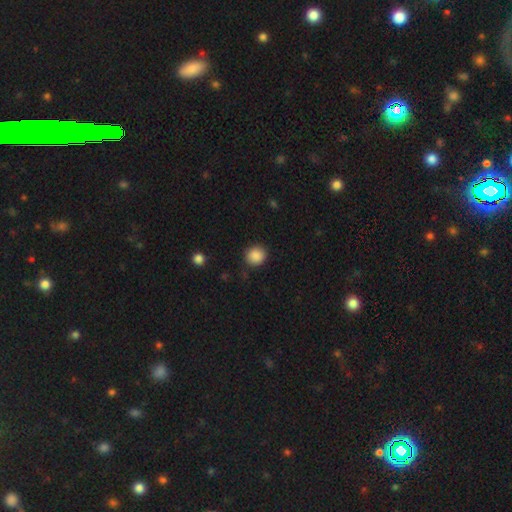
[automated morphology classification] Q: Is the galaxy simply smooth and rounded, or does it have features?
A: smooth — 88%.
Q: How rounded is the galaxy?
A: round — 84%.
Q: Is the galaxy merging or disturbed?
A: none — 88%.